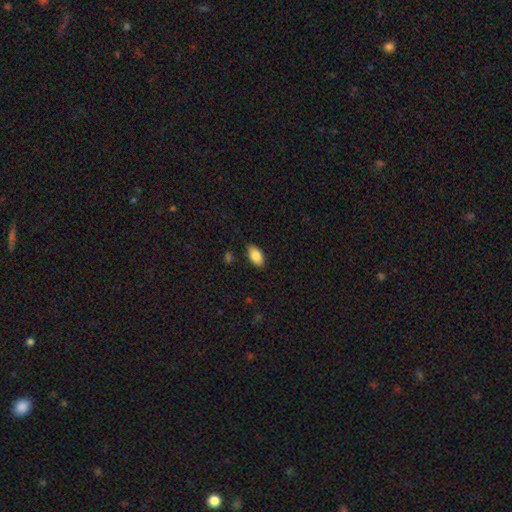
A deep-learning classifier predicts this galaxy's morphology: Smooth or featured? smooth (85%)
How rounded? in between (94%)
Merging? none (85%)